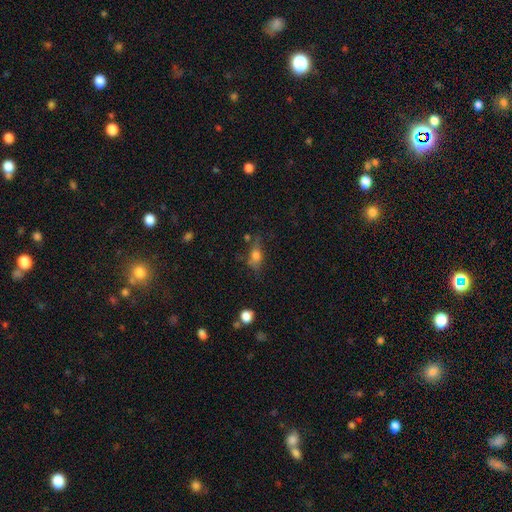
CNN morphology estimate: Smooth or featured: smooth — 61% (featured or disk — 25%)
How rounded: in between — 68% (round — 18%)
Merging: none — 51% (minor disturbance — 27%)